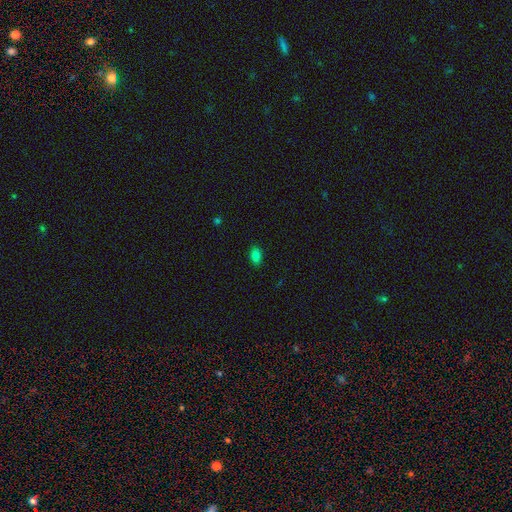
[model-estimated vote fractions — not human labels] Smooth or featured? smooth (81%)
How rounded? in between (87%)
Merging? none (87%)